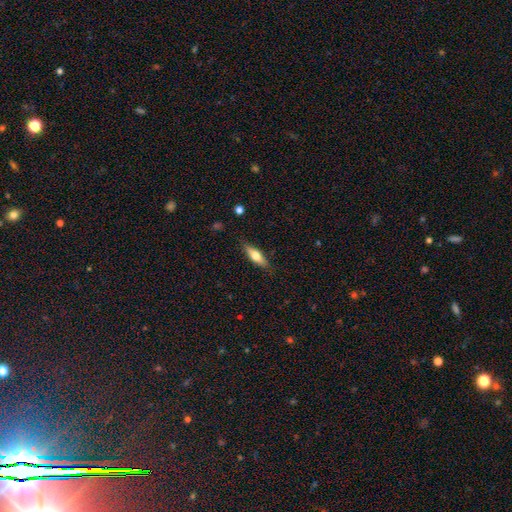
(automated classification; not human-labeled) Overall: smooth (63%; featured or disk 31%). How rounded: in between (51%; cigar-shaped 47%). Merging: none (85%).